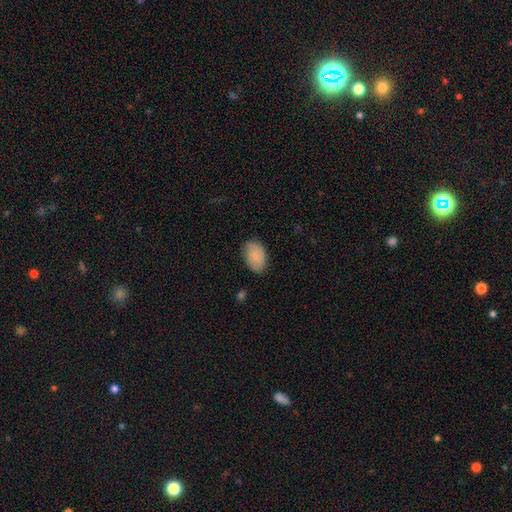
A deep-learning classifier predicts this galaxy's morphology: Overall: smooth (82%). How rounded: in between (90%). Merging: none (81%).